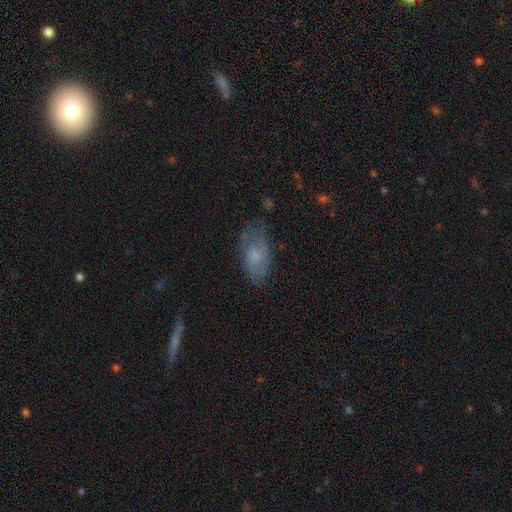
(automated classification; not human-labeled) The model was most divided on "smooth or featured": smooth: 57%, featured or disk: 34%, star or artifact: 9%. More confident: how rounded — in between (89%); merging — none (65%).